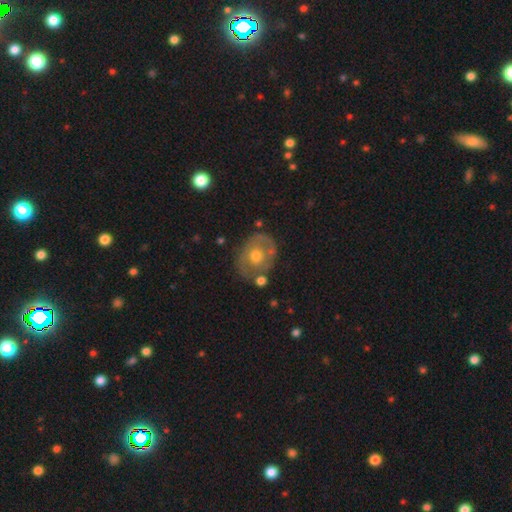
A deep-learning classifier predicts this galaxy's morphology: smooth-or-featured: featured or disk: 63% | smooth: 29% | star or artifact: 8%
  disk-edge-on: no: 95% | yes: 5%
    bar: no: 83% | weak: 13% | strong: 3%
    has-spiral-arms: no: 53% | yes: 47%
    bulge-size: moderate: 73% | small: 19% | large: 5% | none: 1% | dominant: 1%
  merging: none: 72% | minor disturbance: 17% | major disturbance: 6% | merger: 5%